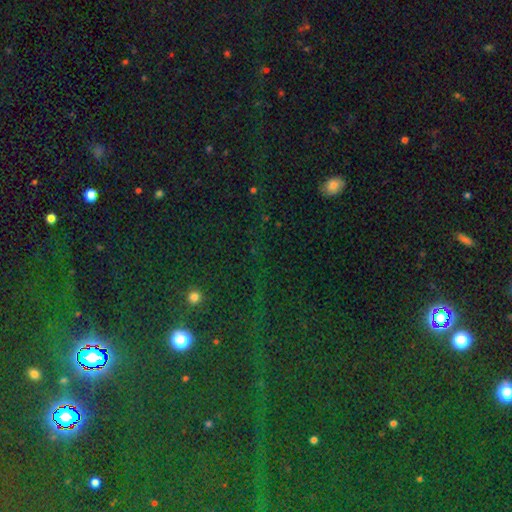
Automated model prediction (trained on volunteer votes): smooth_or_featured: star or artifact (p=0.79) [alt: smooth p=0.13]